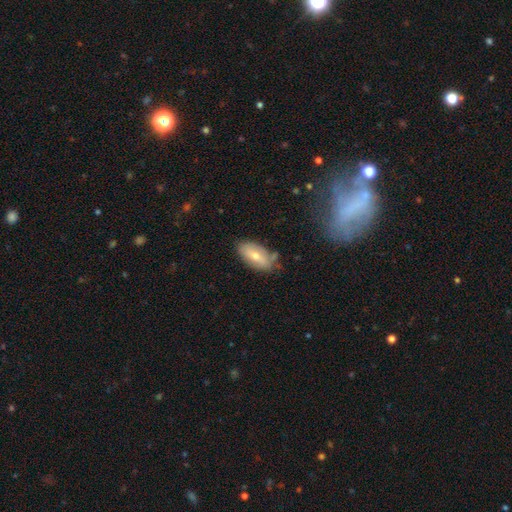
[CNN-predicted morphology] The model was most divided on "smooth or featured": smooth: 65%, featured or disk: 28%, star or artifact: 7%. More confident: how rounded — in between (91%); merging — none (67%).